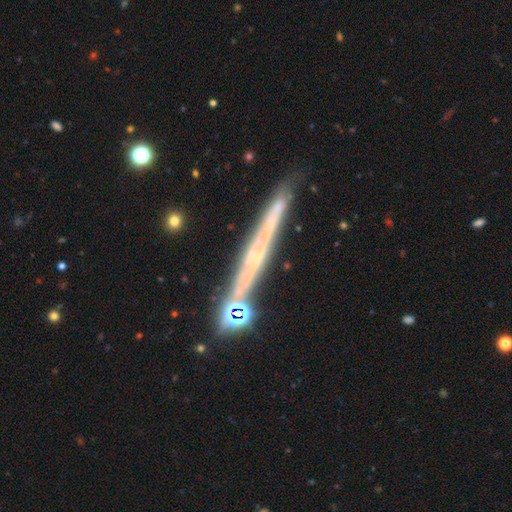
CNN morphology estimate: Smooth or featured? featured or disk (74%)
Edge-on disk? yes (95%)
Edge-on bulge? none (61%)
Merging? none (77%)